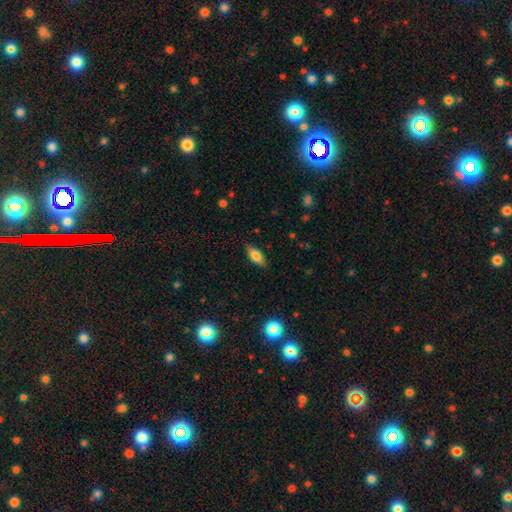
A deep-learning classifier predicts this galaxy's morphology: Q: Smooth or featured?
A: smooth (76%); runner-up: featured or disk (17%)
Q: How rounded?
A: in between (78%); runner-up: cigar-shaped (19%)
Q: Merging?
A: none (85%); runner-up: minor disturbance (11%)